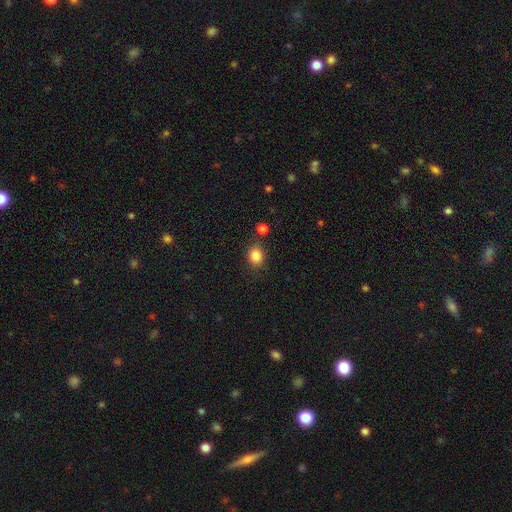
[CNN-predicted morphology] Smooth or featured?
  - smooth: 85% *
  - star or artifact: 10%
  - featured or disk: 5%
How rounded?
  - round: 61% *
  - in between: 38%
  - cigar-shaped: 1%
Merging?
  - none: 77% *
  - minor disturbance: 12%
  - merger: 7%
  - major disturbance: 4%